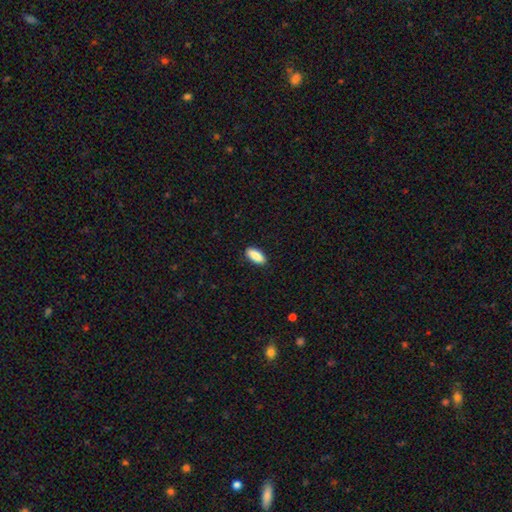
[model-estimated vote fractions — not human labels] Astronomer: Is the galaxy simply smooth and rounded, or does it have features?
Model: smooth — 87%.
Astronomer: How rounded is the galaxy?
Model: in between — 84%.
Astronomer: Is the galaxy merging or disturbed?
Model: none — 89%.